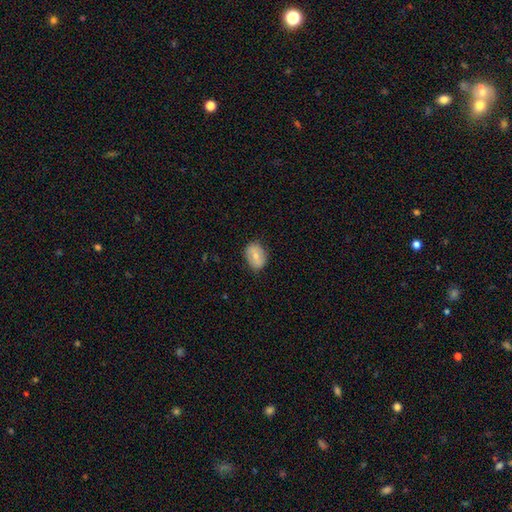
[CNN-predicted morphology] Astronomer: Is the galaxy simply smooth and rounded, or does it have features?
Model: smooth — 63%.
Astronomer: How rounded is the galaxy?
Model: in between — 67%.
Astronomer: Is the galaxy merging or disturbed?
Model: none — 80%.